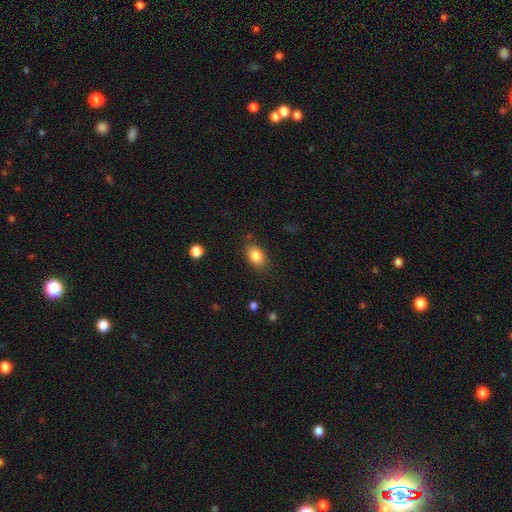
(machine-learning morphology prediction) smooth 85%, star or artifact 8%, featured or disk 7%. Down the decision tree: how rounded — in between (83%); merging — none (81%).